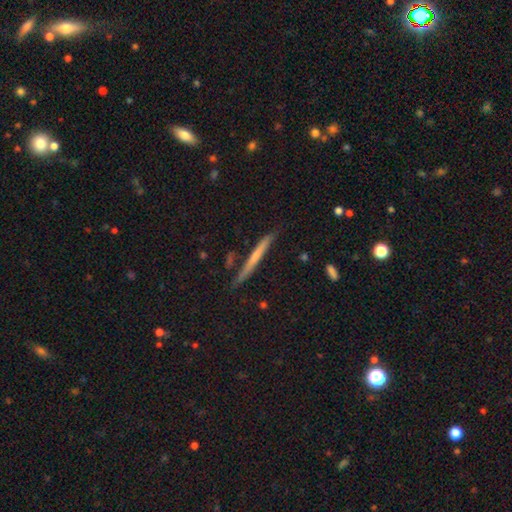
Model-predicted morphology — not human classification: smooth_or_featured: featured or disk (p=0.50) [alt: smooth p=0.43]
disk_edge_on: yes (p=0.96) [alt: no p=0.04]
merging: none (p=0.84) [alt: minor disturbance p=0.11]